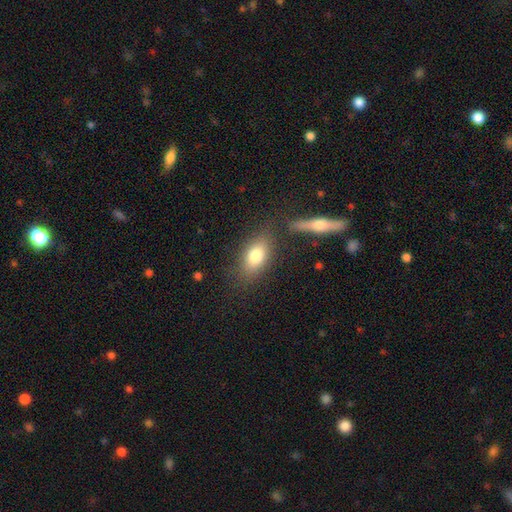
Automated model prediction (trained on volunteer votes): smooth-or-featured: smooth: 78% | featured or disk: 14% | star or artifact: 8%
  how-rounded: in between: 84% | round: 10% | cigar-shaped: 6%
  merging: none: 75% | minor disturbance: 13% | merger: 7% | major disturbance: 6%